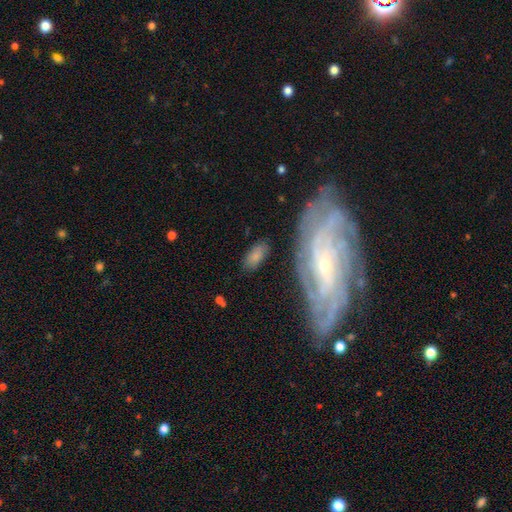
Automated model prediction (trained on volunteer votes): Smooth or featured: smooth — 74% (featured or disk — 18%)
How rounded: in between — 90% (cigar-shaped — 6%)
Merging: none — 75% (minor disturbance — 15%)